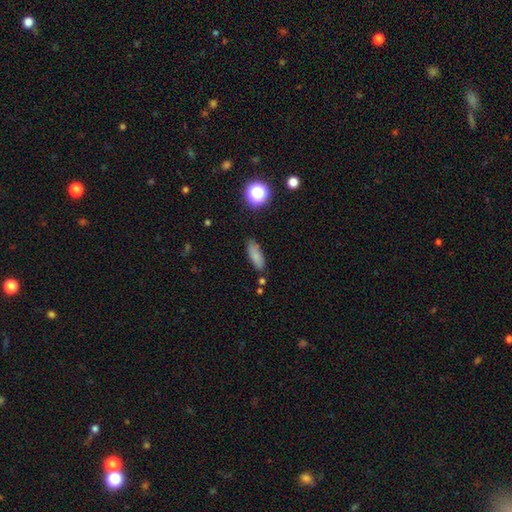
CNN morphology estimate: The model was most divided on "how rounded": in between: 63%, cigar-shaped: 33%, round: 3%. More confident: smooth or featured — smooth (81%); merging — none (77%).